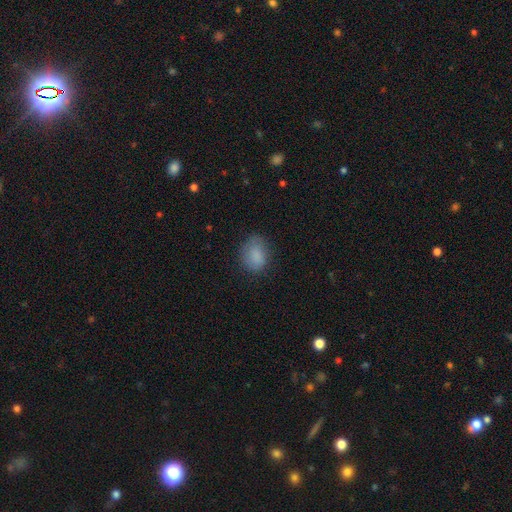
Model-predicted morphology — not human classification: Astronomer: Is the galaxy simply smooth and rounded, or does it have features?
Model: smooth — 84%.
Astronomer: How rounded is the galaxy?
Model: in between — 56% (runner-up: round, 42%).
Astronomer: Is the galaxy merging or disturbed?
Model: none — 70%.